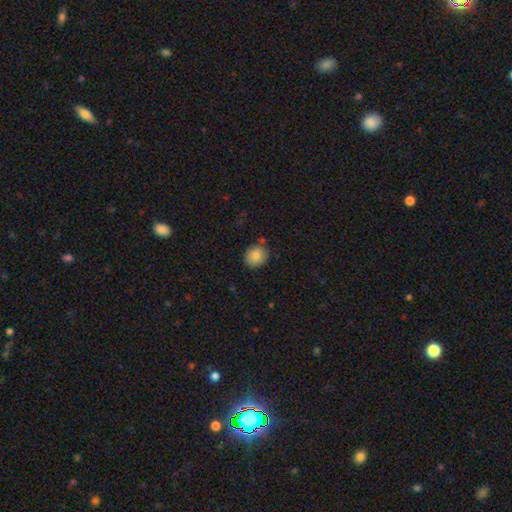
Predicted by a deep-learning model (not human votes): Smooth or featured?
  - smooth: 86% *
  - star or artifact: 8%
  - featured or disk: 7%
How rounded?
  - round: 64% *
  - in between: 35%
  - cigar-shaped: 1%
Merging?
  - none: 78% *
  - minor disturbance: 15%
  - merger: 4%
  - major disturbance: 3%